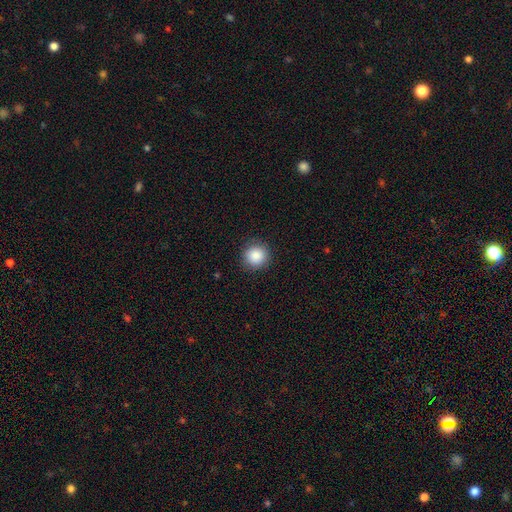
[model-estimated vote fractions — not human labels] Smooth or featured?
  - smooth: 87% *
  - star or artifact: 9%
  - featured or disk: 4%
How rounded?
  - round: 93% *
  - in between: 6%
  - cigar-shaped: 1%
Merging?
  - none: 90% *
  - minor disturbance: 7%
  - major disturbance: 2%
  - merger: 1%